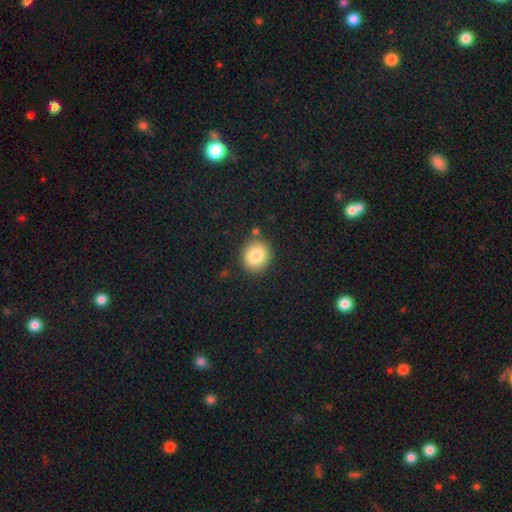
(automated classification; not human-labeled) Smooth or featured? Predicted: smooth (p=0.83). How rounded? Predicted: round (p=0.81). Merging? Predicted: none (p=0.86).